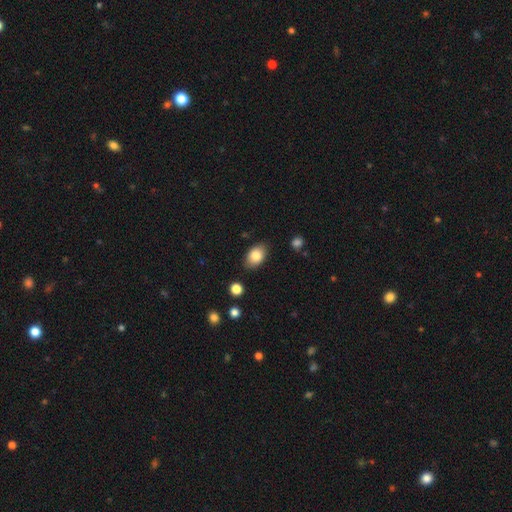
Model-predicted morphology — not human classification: smooth-or-featured: smooth: 83% | featured or disk: 9% | star or artifact: 8%
  how-rounded: in between: 87% | round: 12% | cigar-shaped: 1%
  merging: none: 83% | minor disturbance: 12% | major disturbance: 3% | merger: 2%